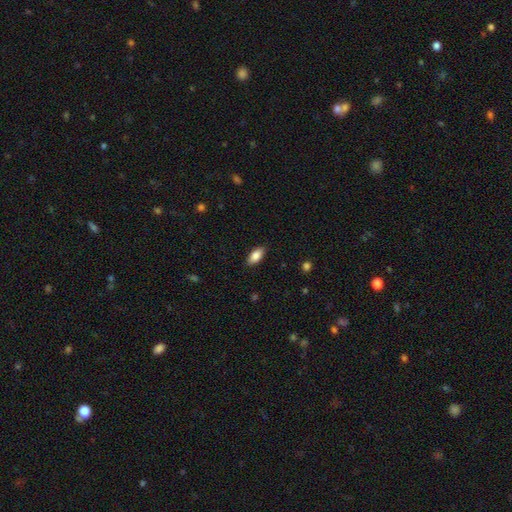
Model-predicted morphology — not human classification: The model was most divided on "merging": none: 87%, minor disturbance: 10%, major disturbance: 2%, merger: 1%. More confident: how rounded — in between (89%); smooth or featured — smooth (85%).